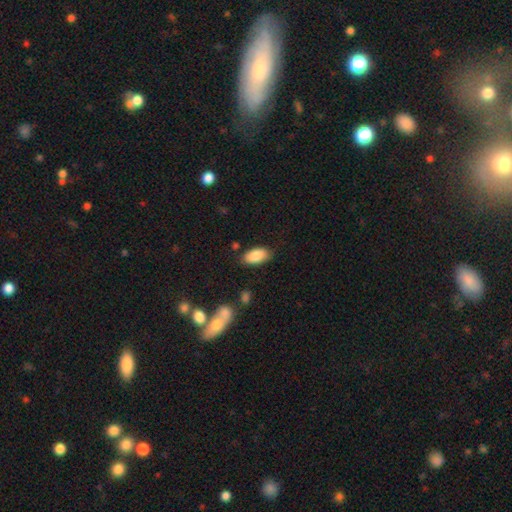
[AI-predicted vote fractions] A smooth galaxy with no disk features (87%) that is in between round and cigar-shaped (93%).

Vote fractions:
- Smooth or featured? smooth: 87% / star or artifact: 7% / featured or disk: 6%
- How rounded? in between: 93% / cigar-shaped: 4% / round: 3%
- Merging? none: 81% / minor disturbance: 14% / major disturbance: 3% / merger: 2%